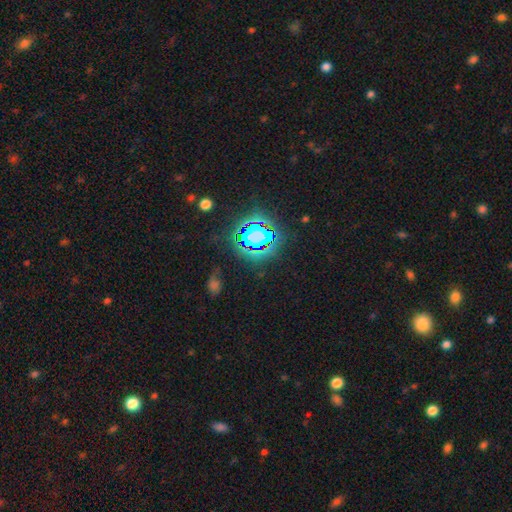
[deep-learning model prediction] Smooth or featured: star or artifact — 78% (smooth — 13%)